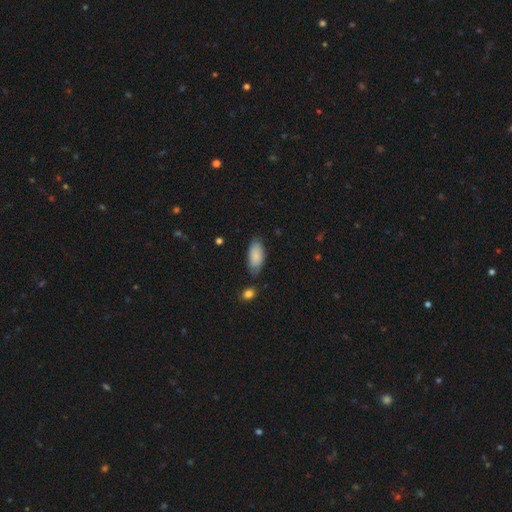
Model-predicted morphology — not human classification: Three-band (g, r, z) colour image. It shows a smooth galaxy with no disk features (86%) that is in between round and cigar-shaped (90%). Merging: none (74%).